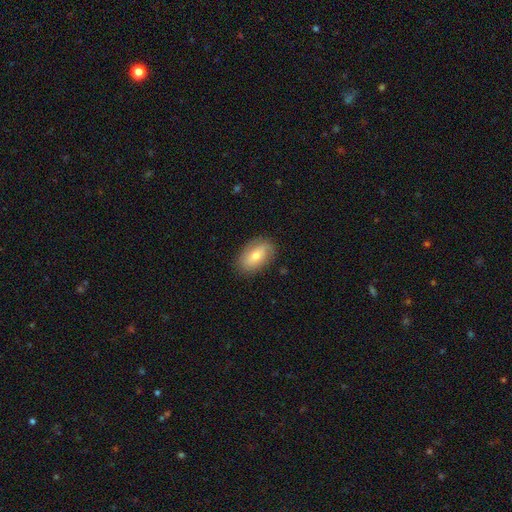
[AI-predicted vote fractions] The model was most divided on "smooth or featured": smooth: 59%, featured or disk: 33%, star or artifact: 7%. More confident: how rounded — in between (89%); merging — none (81%).